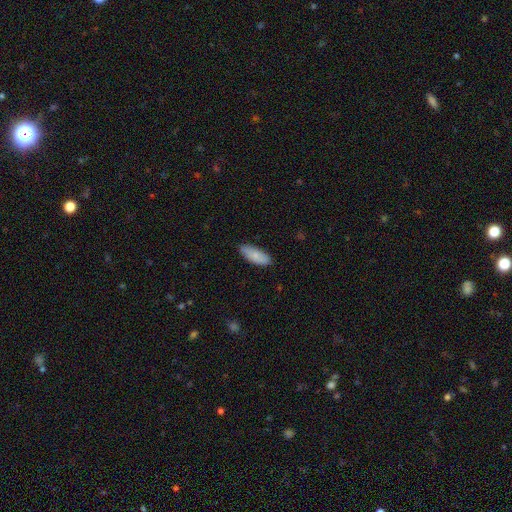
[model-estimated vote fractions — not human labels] Smooth or featured? smooth (82%)
How rounded? in between (82%)
Merging? none (79%)